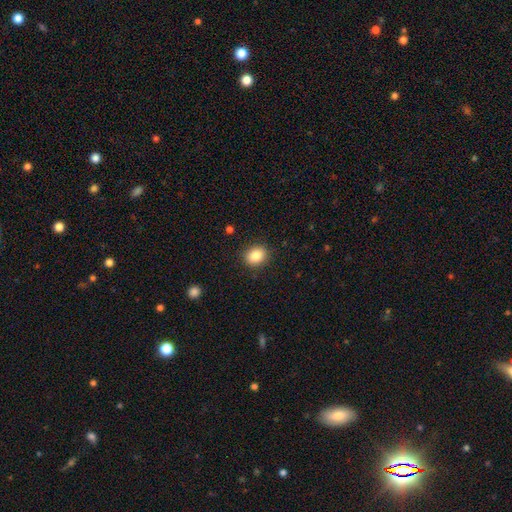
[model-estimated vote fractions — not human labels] Smooth or featured: smooth — 86% (star or artifact — 9%)
How rounded: round — 57% (in between — 42%)
Merging: none — 88% (minor disturbance — 8%)